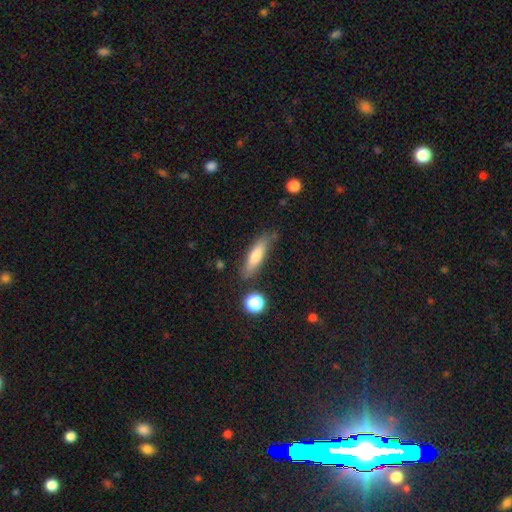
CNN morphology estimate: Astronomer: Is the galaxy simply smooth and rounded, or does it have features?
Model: smooth — 69%.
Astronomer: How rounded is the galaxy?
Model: cigar-shaped — 67%.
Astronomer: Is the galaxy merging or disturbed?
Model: none — 76%.